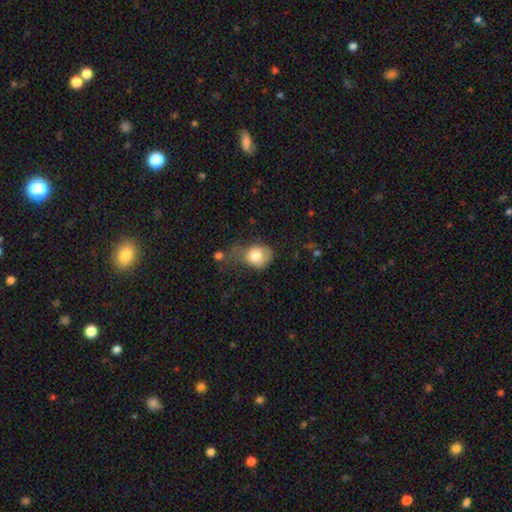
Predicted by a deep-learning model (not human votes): Q: Smooth or featured?
A: smooth (78%); runner-up: featured or disk (14%)
Q: How rounded?
A: round (60%); runner-up: in between (39%)
Q: Merging?
A: minor disturbance (33%); runner-up: none (31%)